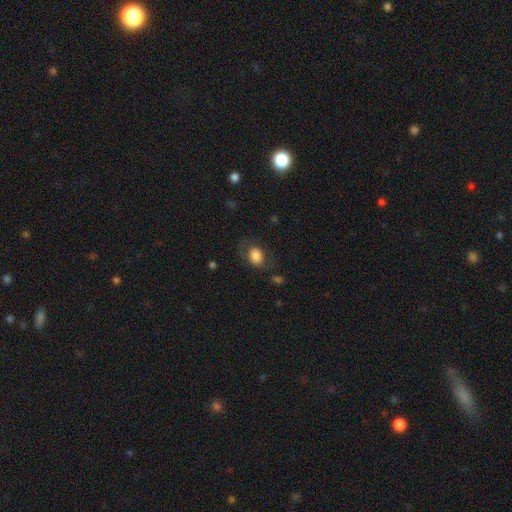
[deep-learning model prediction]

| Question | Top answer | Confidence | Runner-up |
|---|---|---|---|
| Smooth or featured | smooth | 78% | featured or disk (14%) |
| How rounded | in between | 61% | round (38%) |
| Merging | none | 65% | minor disturbance (20%) |